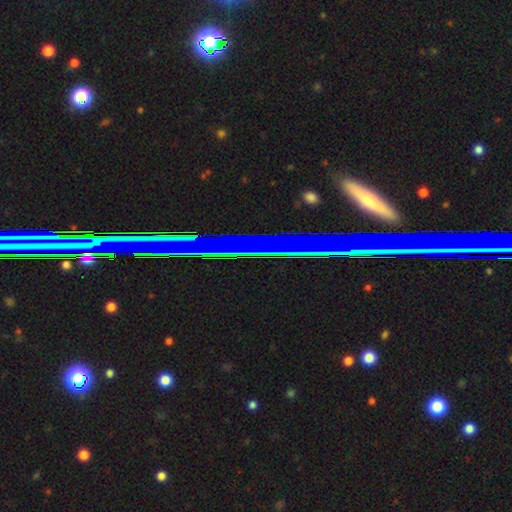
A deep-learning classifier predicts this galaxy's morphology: star or artifact 68%, featured or disk 20%, smooth 12%.